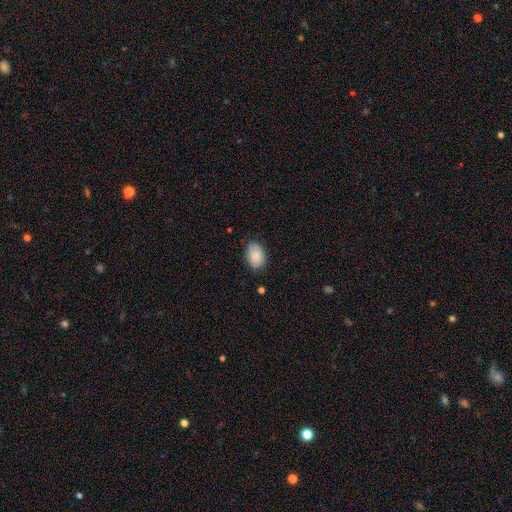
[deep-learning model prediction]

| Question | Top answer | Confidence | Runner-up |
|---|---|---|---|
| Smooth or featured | smooth | 87% | star or artifact (7%) |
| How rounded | in between | 85% | round (14%) |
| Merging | none | 73% | minor disturbance (22%) |